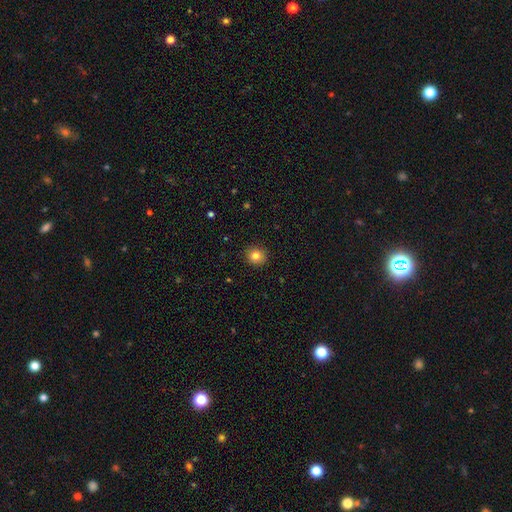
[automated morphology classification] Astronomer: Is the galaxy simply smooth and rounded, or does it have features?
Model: smooth — 82%.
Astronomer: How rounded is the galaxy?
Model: round — 88%.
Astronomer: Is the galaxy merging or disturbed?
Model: none — 92%.